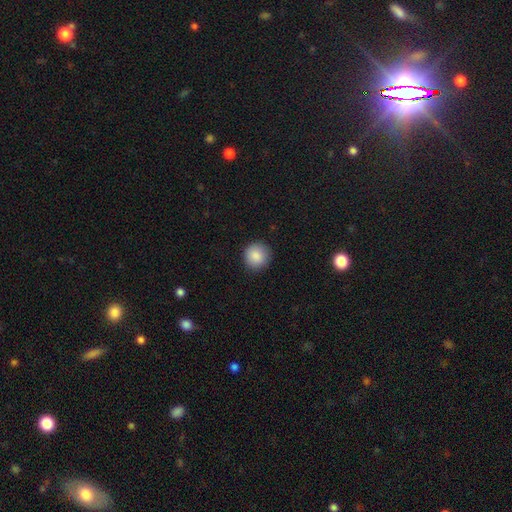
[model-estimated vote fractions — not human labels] This appears to be a smooth galaxy with no disk features (87%) that is round (93%). Merging: none (89%).